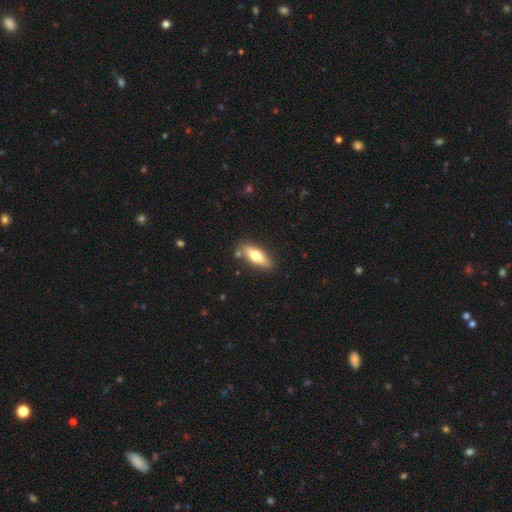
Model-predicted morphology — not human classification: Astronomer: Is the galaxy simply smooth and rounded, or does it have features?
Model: smooth — 69%.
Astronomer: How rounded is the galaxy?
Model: in between — 60% (runner-up: cigar-shaped, 37%).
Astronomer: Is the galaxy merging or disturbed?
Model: none — 83%.